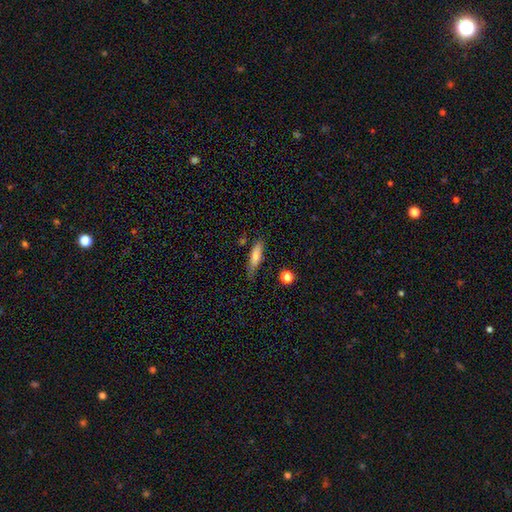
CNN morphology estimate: Smooth or featured: smooth — 75% (featured or disk — 17%)
How rounded: cigar-shaped — 67% (in between — 31%)
Merging: none — 68% (minor disturbance — 23%)